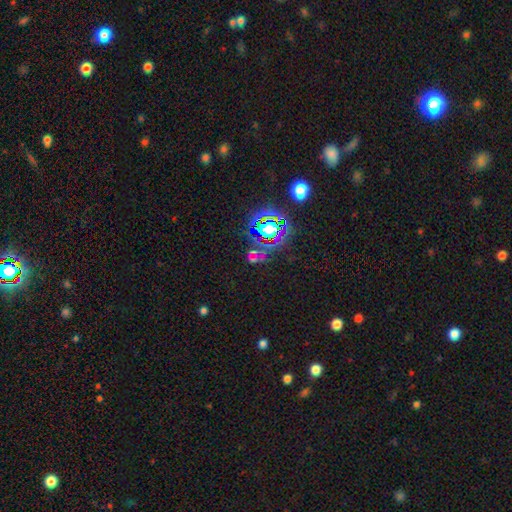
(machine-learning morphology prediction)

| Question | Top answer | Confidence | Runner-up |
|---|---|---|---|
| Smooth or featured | star or artifact | 61% | smooth (26%) |